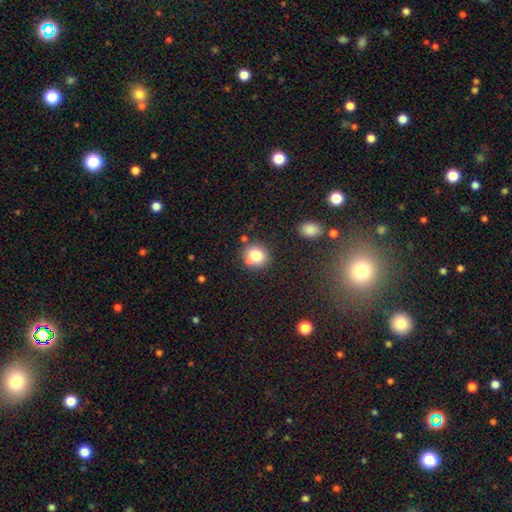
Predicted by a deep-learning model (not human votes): smooth_or_featured: smooth (p=0.78) [alt: star or artifact p=0.11]
how_rounded: round (p=0.86) [alt: in between p=0.13]
merging: none (p=0.69) [alt: merger p=0.13]